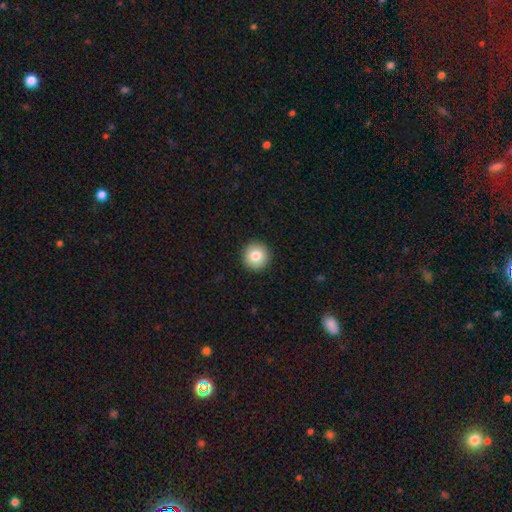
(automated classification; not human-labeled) The model was most divided on "smooth or featured": smooth: 82%, star or artifact: 9%, featured or disk: 9%. More confident: how rounded — round (95%); merging — none (93%).